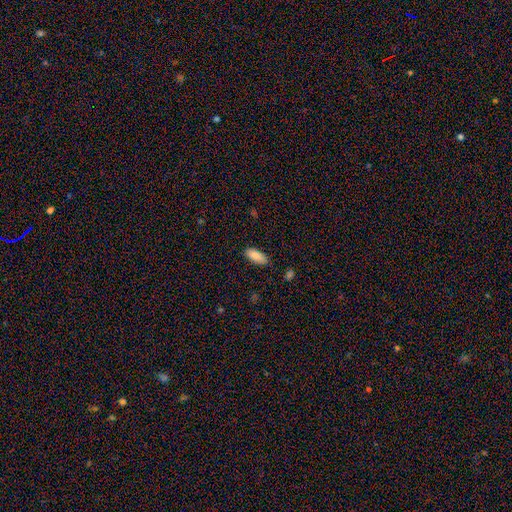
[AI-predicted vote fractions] Morphology: type=smooth (88%); roundness=in between (87%); merging=none (86%).